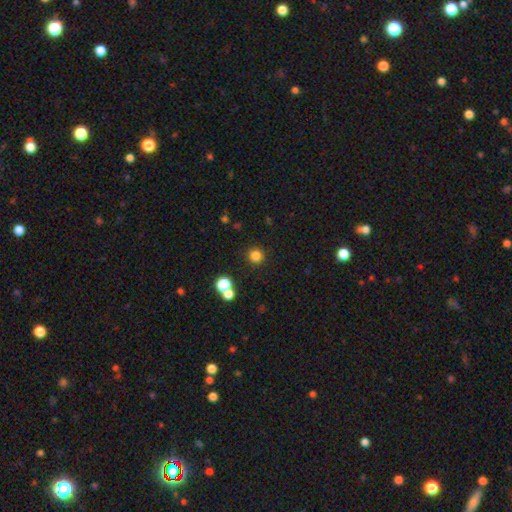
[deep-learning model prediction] A smooth galaxy with no disk features (81%) that is round (95%).

Vote fractions:
- Smooth or featured? smooth: 81% / star or artifact: 15% / featured or disk: 5%
- How rounded? round: 95% / in between: 4% / cigar-shaped: 1%
- Merging? none: 88% / minor disturbance: 6% / merger: 4% / major disturbance: 3%